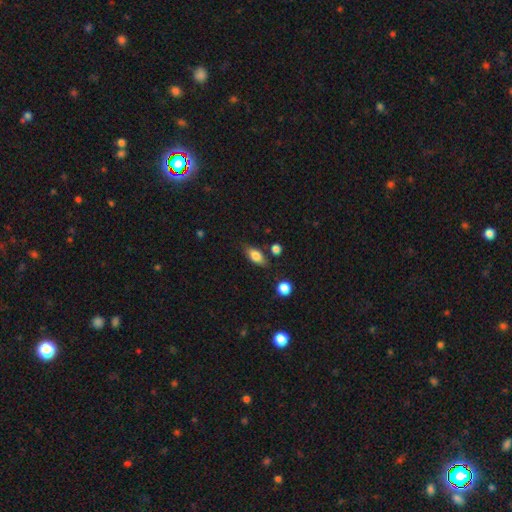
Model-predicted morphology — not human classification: A smooth galaxy with no disk features (78%) that is in between round and cigar-shaped (83%). Merging: none (76%).